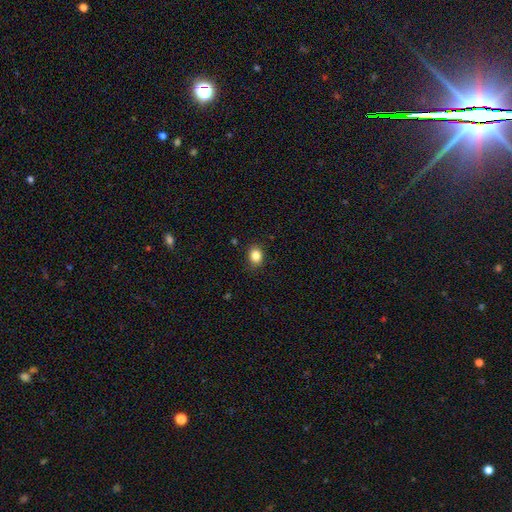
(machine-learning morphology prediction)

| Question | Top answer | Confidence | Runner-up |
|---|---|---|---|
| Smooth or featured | smooth | 85% | star or artifact (10%) |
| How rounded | round | 51% | in between (48%) |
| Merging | none | 87% | minor disturbance (10%) |